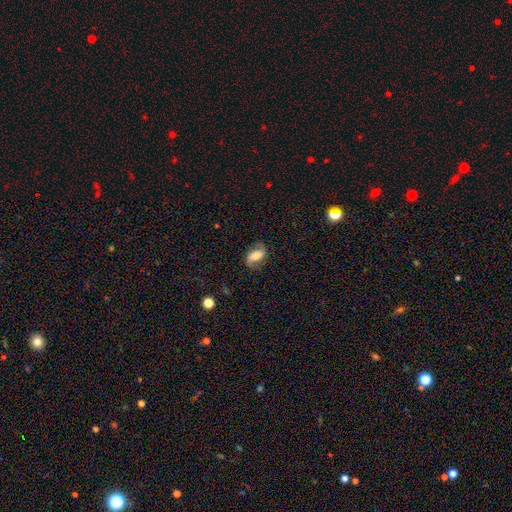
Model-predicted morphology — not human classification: smooth_or_featured: featured or disk (p=0.49) [alt: smooth p=0.43]
merging: none (p=0.72) [alt: minor disturbance p=0.19]